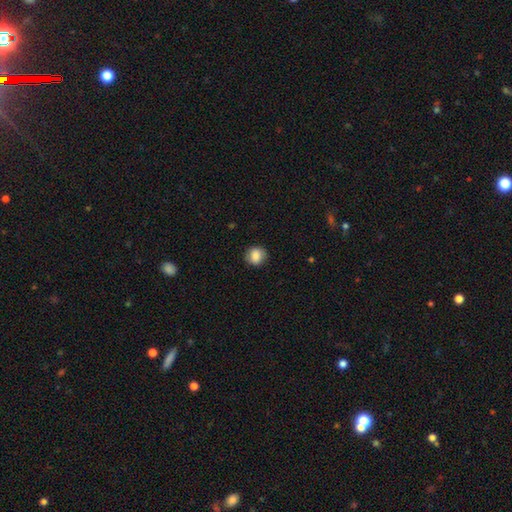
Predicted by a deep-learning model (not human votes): A smooth galaxy with no disk features (84%) that is round (84%).

Vote fractions:
- Smooth or featured? smooth: 84% / star or artifact: 9% / featured or disk: 7%
- How rounded? round: 84% / in between: 15% / cigar-shaped: 1%
- Merging? none: 86% / minor disturbance: 11% / major disturbance: 3% / merger: 1%